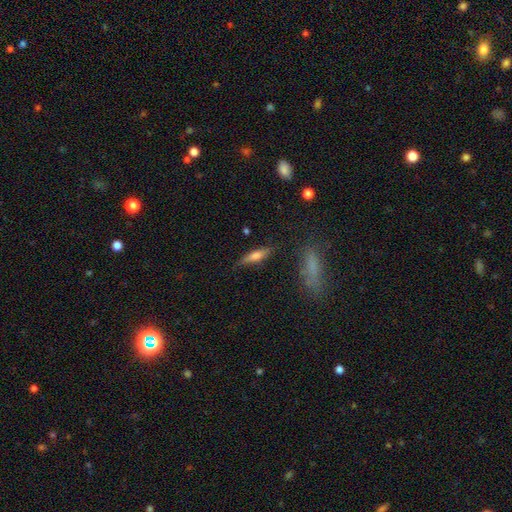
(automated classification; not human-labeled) This appears to be a smooth galaxy with no disk features (57%) that is cigar-shaped (74%). Merging: none (80%).